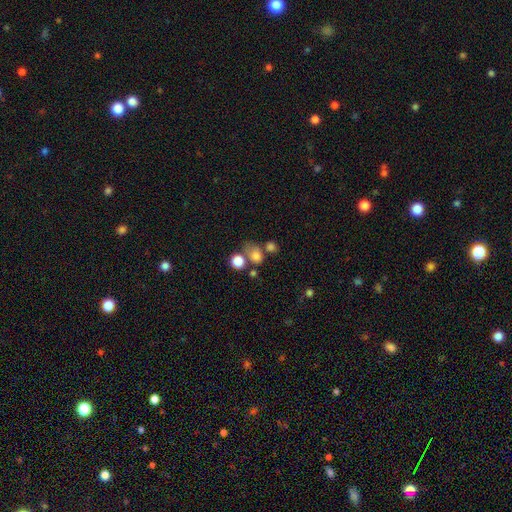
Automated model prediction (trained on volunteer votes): Smooth or featured? smooth (76%)
How rounded? round (58%)
Merging? none (48%)